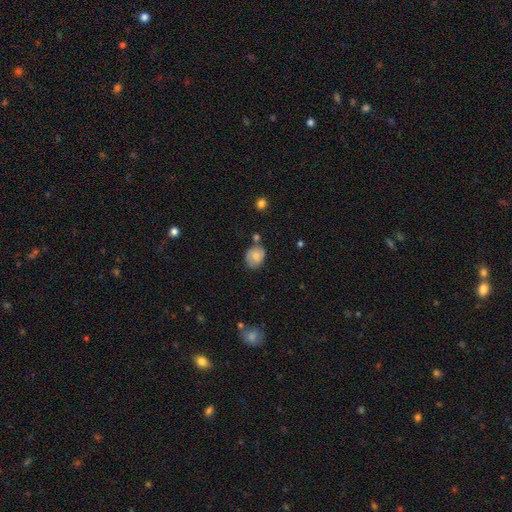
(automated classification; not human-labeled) Smooth or featured: smooth — 67% (featured or disk — 24%)
How rounded: round — 52% (in between — 47%)
Merging: none — 62% (minor disturbance — 23%)